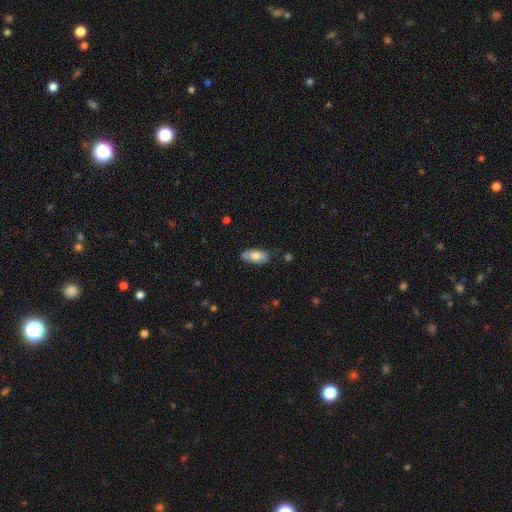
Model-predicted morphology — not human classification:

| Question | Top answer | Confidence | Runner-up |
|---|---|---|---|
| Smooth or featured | smooth | 75% | featured or disk (19%) |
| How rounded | in between | 91% | cigar-shaped (6%) |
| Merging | none | 76% | minor disturbance (19%) |